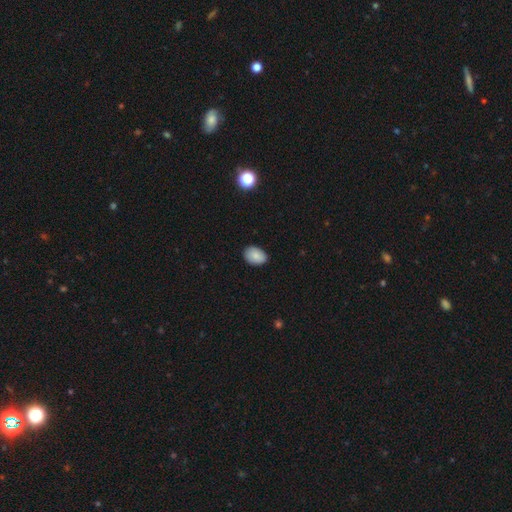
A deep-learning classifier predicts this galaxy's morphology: type=smooth (85%); roundness=in between (80%); merging=none (85%).